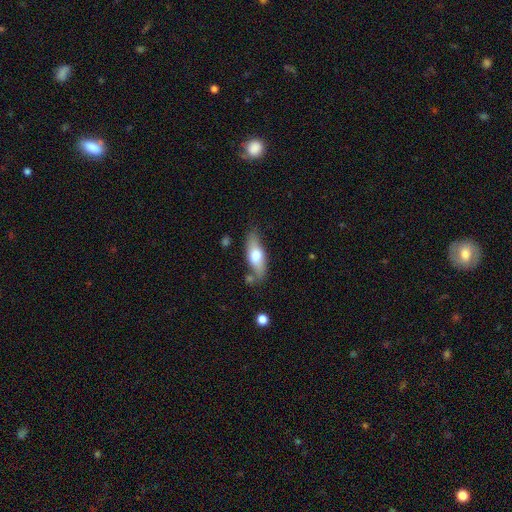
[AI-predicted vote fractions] This is possibly a smooth galaxy (60%). How rounded: likely in between (64%). Merging: likely none (70%).